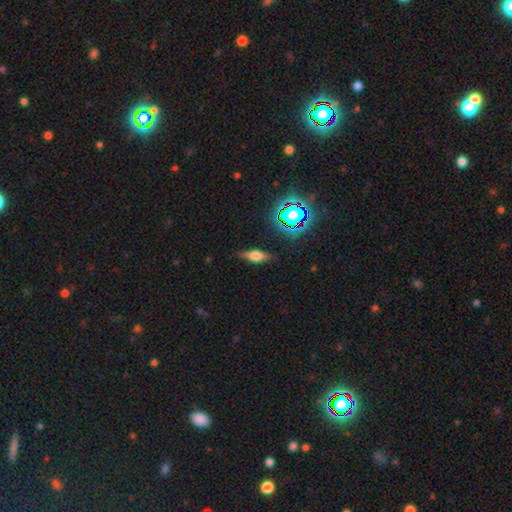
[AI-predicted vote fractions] Smooth or featured? smooth (47%)
Merging? none (82%)